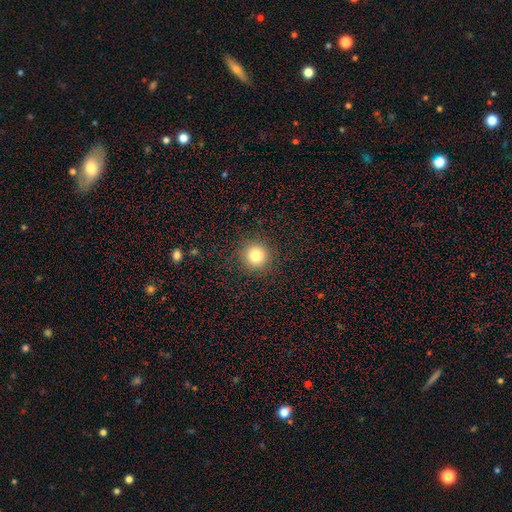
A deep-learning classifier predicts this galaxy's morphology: smooth_or_featured: smooth (p=0.80) [alt: star or artifact p=0.12]
how_rounded: round (p=0.95) [alt: in between p=0.04]
merging: none (p=0.90) [alt: minor disturbance p=0.06]